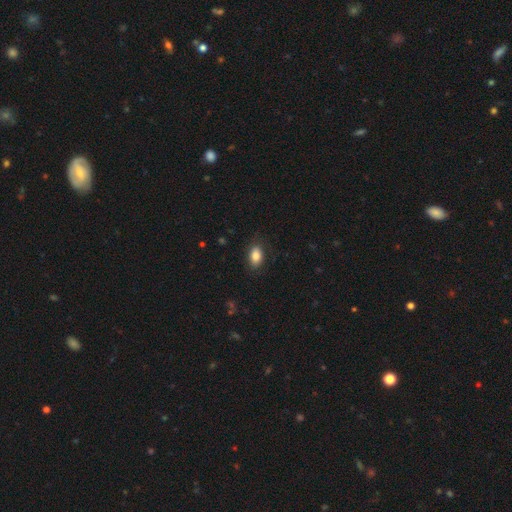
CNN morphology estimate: Smooth or featured?
  - smooth: 85% *
  - star or artifact: 8%
  - featured or disk: 8%
How rounded?
  - in between: 90% *
  - round: 8%
  - cigar-shaped: 2%
Merging?
  - none: 83% *
  - minor disturbance: 13%
  - major disturbance: 3%
  - merger: 1%